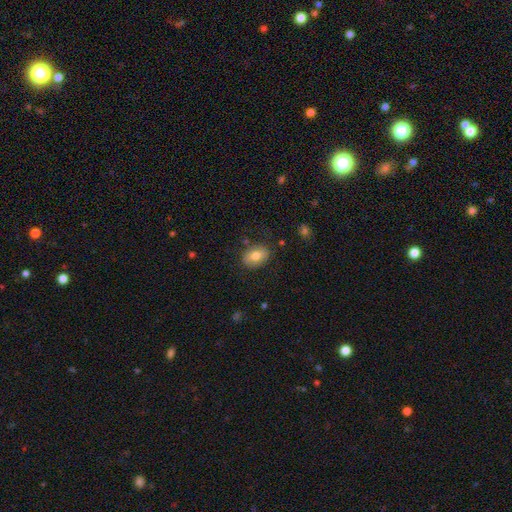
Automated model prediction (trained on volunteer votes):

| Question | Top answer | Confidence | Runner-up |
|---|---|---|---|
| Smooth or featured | smooth | 72% | featured or disk (20%) |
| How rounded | in between | 74% | round (25%) |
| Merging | none | 81% | minor disturbance (13%) |